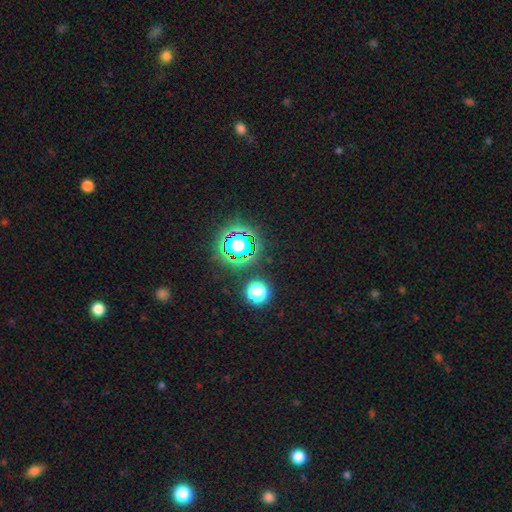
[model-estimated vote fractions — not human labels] This is likely a star or artifact rather than a galaxy (78%).